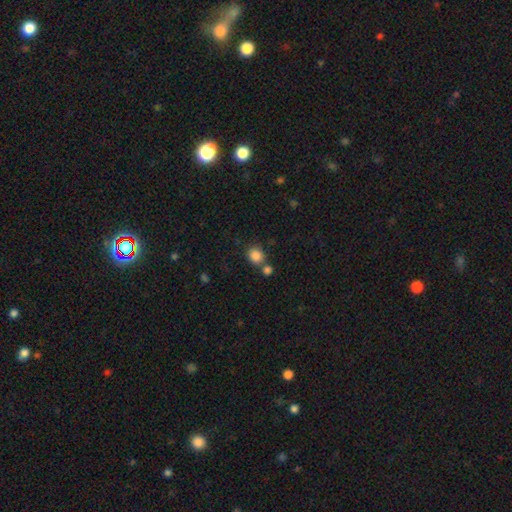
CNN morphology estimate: Smooth or featured? Predicted: smooth (p=0.85). How rounded? Predicted: round (p=0.70). Merging? Predicted: none (p=0.63).